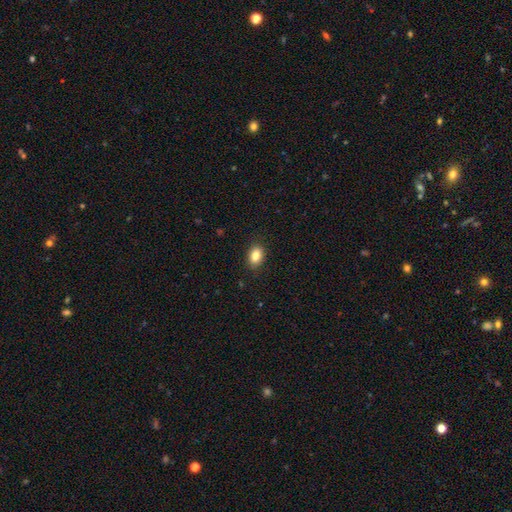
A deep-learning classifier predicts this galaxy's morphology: A smooth galaxy with no disk features (84%) that is in between round and cigar-shaped (80%).

Vote fractions:
- Smooth or featured? smooth: 84% / star or artifact: 9% / featured or disk: 7%
- How rounded? in between: 80% / round: 19% / cigar-shaped: 1%
- Merging? none: 88% / minor disturbance: 9% / major disturbance: 2% / merger: 1%